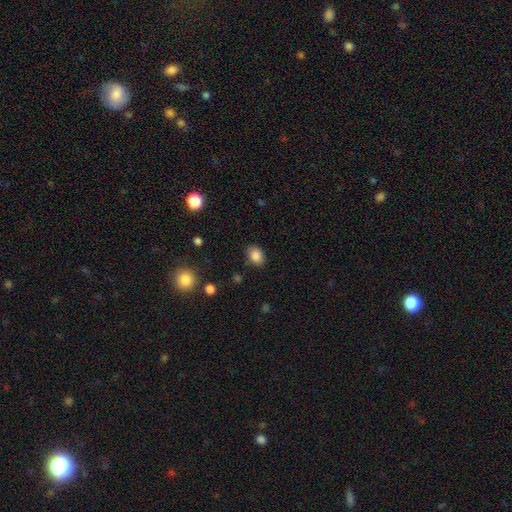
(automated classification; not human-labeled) The model was most divided on "how rounded": in between: 68%, round: 31%, cigar-shaped: 1%. More confident: merging — none (85%); smooth or featured — smooth (85%).